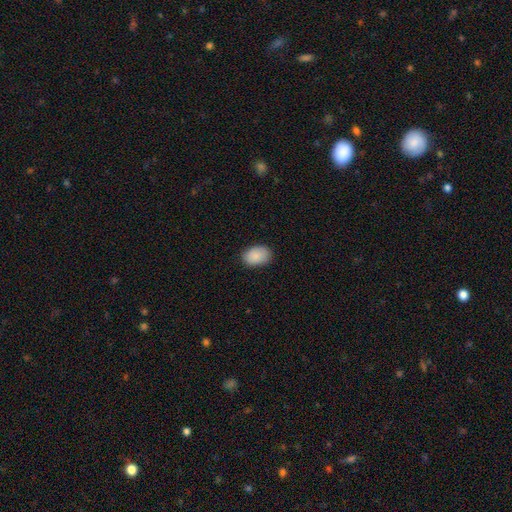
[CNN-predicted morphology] This appears to be a smooth galaxy with no disk features (89%) that is in between round and cigar-shaped (85%). Merging: none (85%).